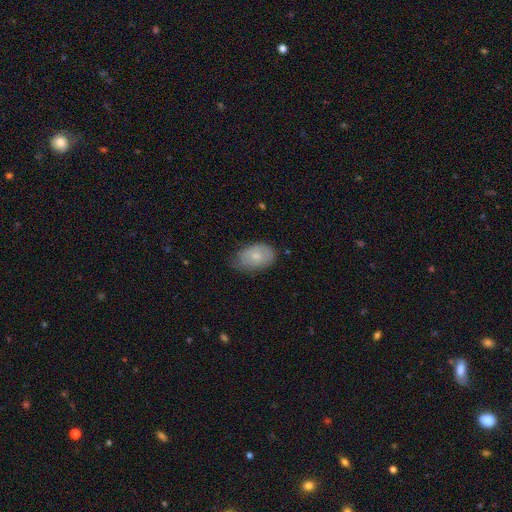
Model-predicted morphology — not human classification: type=smooth (70%); roundness=in between (89%); merging=none (57%).